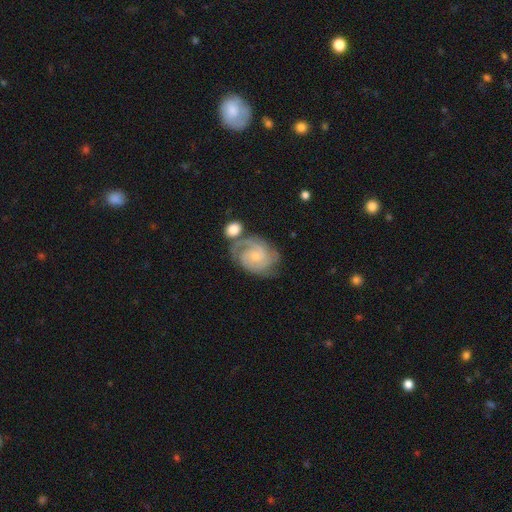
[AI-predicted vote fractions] This is clearly a featured or disk galaxy (82%). It is clearly not viewed edge-on (97%). Bar: likely no (71%). Spiral arm pattern: clearly yes (96%). Spiral arm count: marginally 2 (38%). Spiral winding: likely tight (60%). Central bulge: likely small (72%). Merging: possibly none (57%).